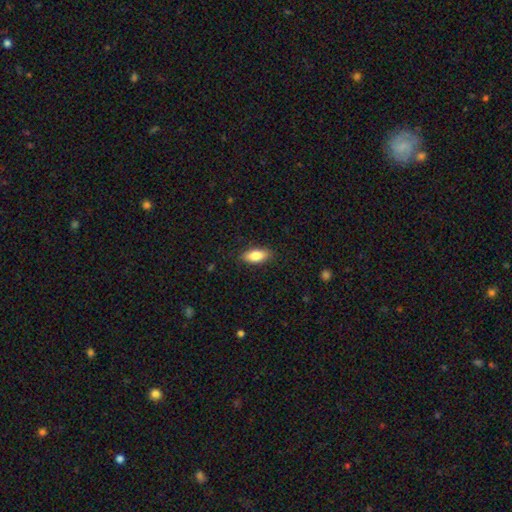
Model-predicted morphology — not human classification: A smooth galaxy with no disk features (84%) that is in between round and cigar-shaped (86%). Merging: none (86%).